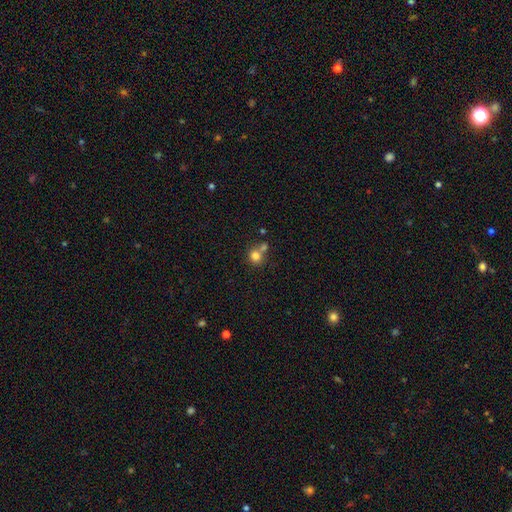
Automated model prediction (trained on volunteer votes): A smooth galaxy with no disk features (79%) that is round (87%).

Vote fractions:
- Smooth or featured? smooth: 79% / star or artifact: 12% / featured or disk: 9%
- How rounded? round: 87% / in between: 12% / cigar-shaped: 1%
- Merging? none: 53% / merger: 36% / minor disturbance: 8% / major disturbance: 3%